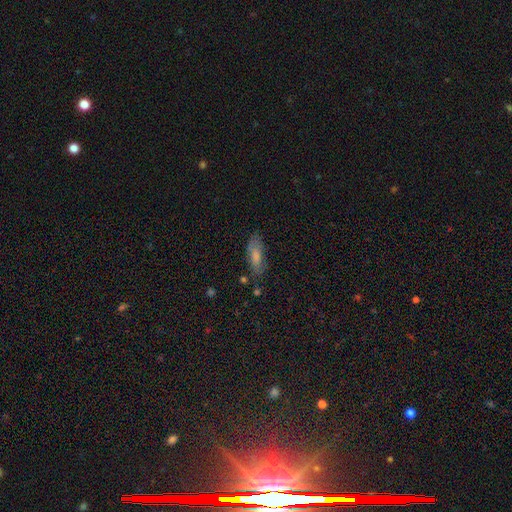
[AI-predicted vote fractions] The model was most divided on "how rounded": in between: 64%, cigar-shaped: 33%, round: 2%. More confident: merging — none (67%); smooth or featured — smooth (66%).